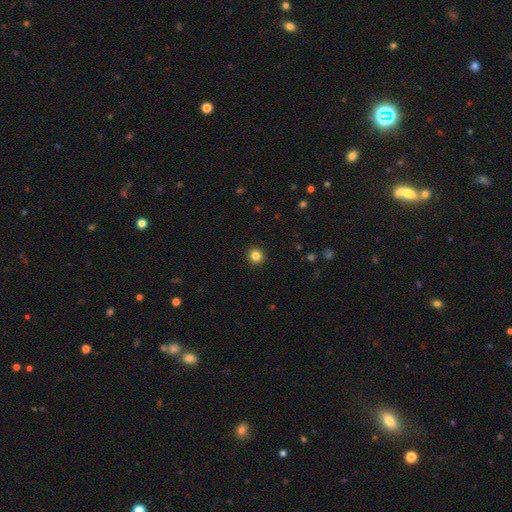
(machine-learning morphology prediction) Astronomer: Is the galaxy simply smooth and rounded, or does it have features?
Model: smooth — 84%.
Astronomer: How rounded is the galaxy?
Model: round — 94%.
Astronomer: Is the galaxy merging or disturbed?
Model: none — 93%.